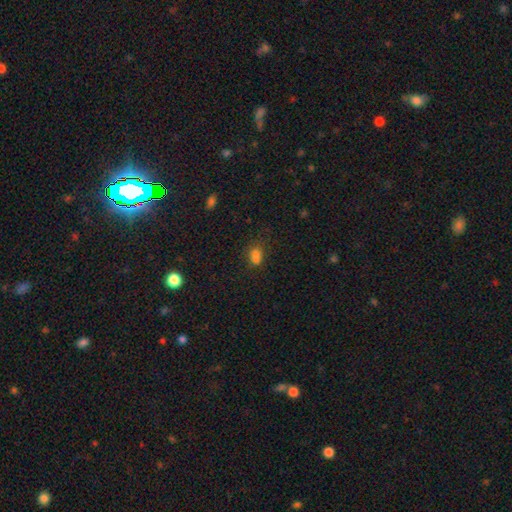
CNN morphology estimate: A smooth galaxy with no disk features (70%) that is in between round and cigar-shaped (59%).

Vote fractions:
- Smooth or featured? smooth: 70% / star or artifact: 20% / featured or disk: 10%
- How rounded? in between: 59% / round: 37% / cigar-shaped: 4%
- Merging? none: 43% / merger: 35% / minor disturbance: 15% / major disturbance: 8%